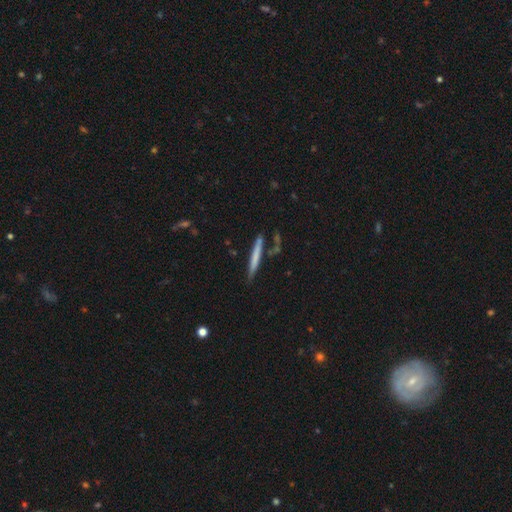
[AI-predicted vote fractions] Smooth or featured?
  - smooth: 65% *
  - featured or disk: 30%
  - star or artifact: 6%
How rounded?
  - cigar-shaped: 96% *
  - in between: 3%
  - round: 1%
Merging?
  - none: 81% *
  - minor disturbance: 12%
  - merger: 5%
  - major disturbance: 2%